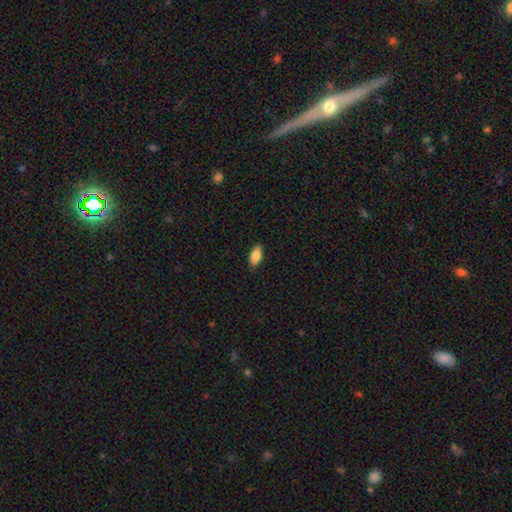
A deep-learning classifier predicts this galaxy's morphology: Smooth or featured?
  - smooth: 84% *
  - featured or disk: 9%
  - star or artifact: 7%
How rounded?
  - in between: 85% *
  - cigar-shaped: 12%
  - round: 3%
Merging?
  - none: 88% *
  - minor disturbance: 9%
  - major disturbance: 2%
  - merger: 1%